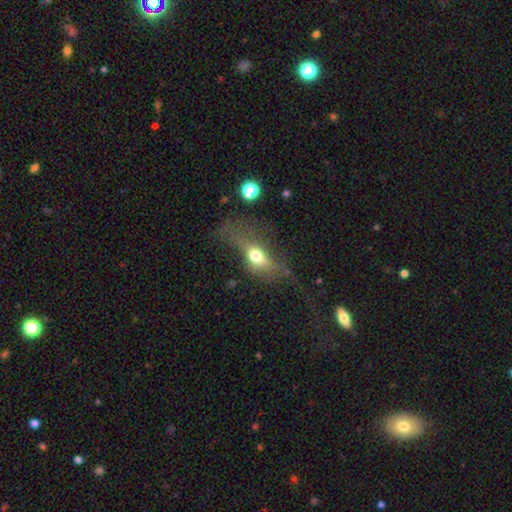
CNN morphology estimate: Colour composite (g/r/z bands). It shows a smooth galaxy with no disk features (54%) that is in between round and cigar-shaped (65%). Merging: major disturbance (45%).